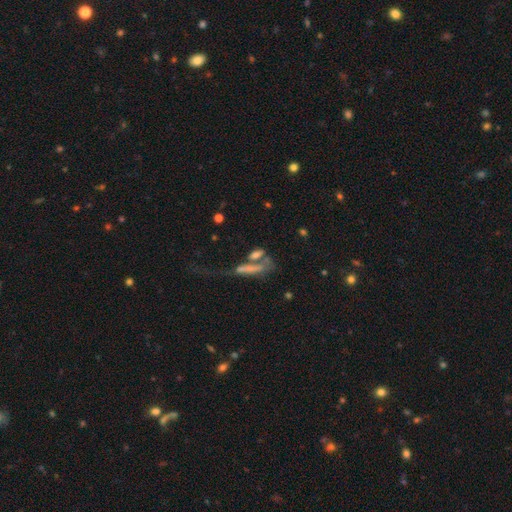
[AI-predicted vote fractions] A smooth galaxy with no disk features (55%) that is cigar-shaped (54%). Merging: merger (44%).